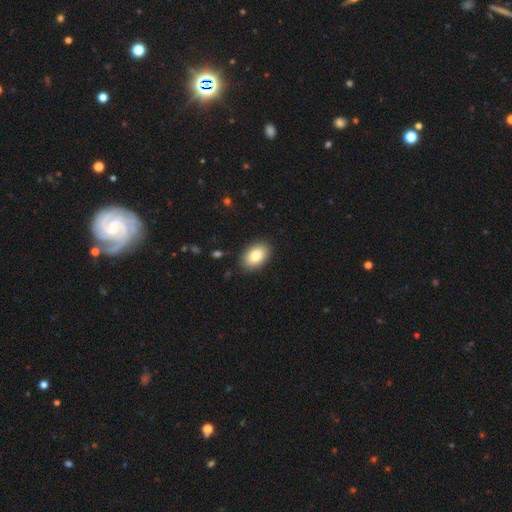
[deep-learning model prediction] Q: Smooth or featured?
A: smooth (83%); runner-up: featured or disk (10%)
Q: How rounded?
A: in between (90%); runner-up: round (9%)
Q: Merging?
A: none (88%); runner-up: minor disturbance (8%)